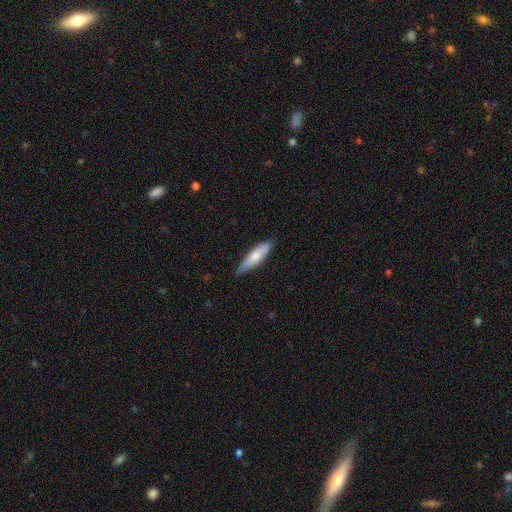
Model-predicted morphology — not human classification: Smooth or featured? Predicted: smooth (p=0.69). How rounded? Predicted: cigar-shaped (p=0.69). Merging? Predicted: none (p=0.74).